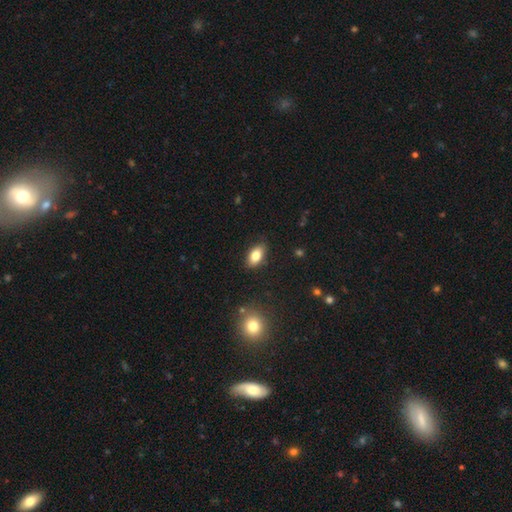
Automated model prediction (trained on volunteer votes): This is clearly a smooth galaxy (81%). How rounded: clearly in between (90%). Merging: clearly none (86%).